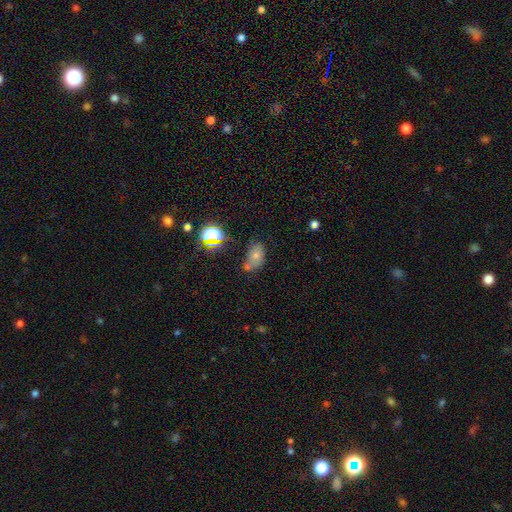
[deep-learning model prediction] A smooth galaxy with no disk features (62%) that is in between round and cigar-shaped (82%).

Vote fractions:
- Smooth or featured? smooth: 62% / star or artifact: 20% / featured or disk: 18%
- How rounded? in between: 82% / round: 17% / cigar-shaped: 2%
- Merging? none: 44% / merger: 25% / minor disturbance: 22% / major disturbance: 10%